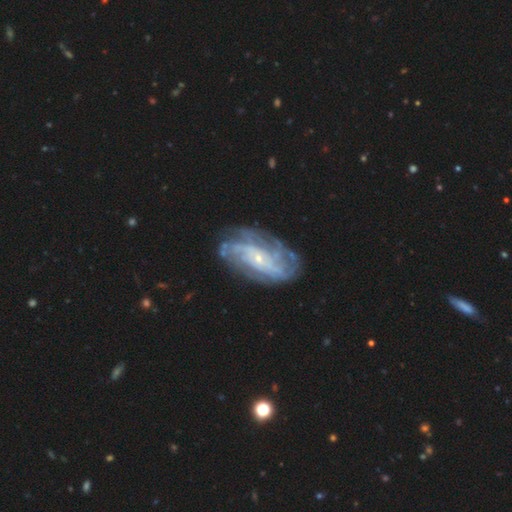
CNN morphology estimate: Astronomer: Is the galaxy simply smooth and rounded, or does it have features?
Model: featured or disk — 80%.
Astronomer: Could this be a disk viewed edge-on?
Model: no — 93%.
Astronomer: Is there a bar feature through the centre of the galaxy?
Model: no — 57% (runner-up: weak, 32%).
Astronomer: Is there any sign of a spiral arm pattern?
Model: yes — 91%.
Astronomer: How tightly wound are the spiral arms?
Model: tight — 51% (runner-up: medium, 33%).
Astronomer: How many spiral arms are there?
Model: can't tell — 42%.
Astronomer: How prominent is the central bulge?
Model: small — 77%.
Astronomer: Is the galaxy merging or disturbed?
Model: none — 74%.